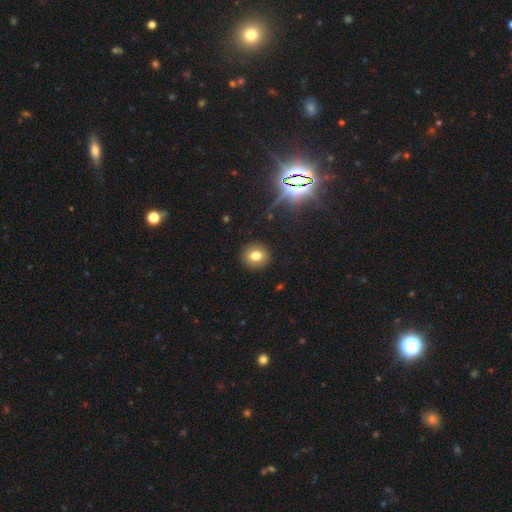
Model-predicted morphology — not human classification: smooth_or_featured: smooth (p=0.75) [alt: star or artifact p=0.13]
how_rounded: round (p=0.83) [alt: in between p=0.16]
merging: none (p=0.91) [alt: minor disturbance p=0.06]